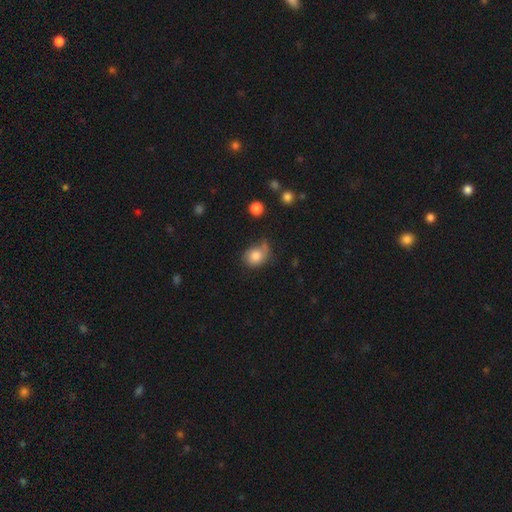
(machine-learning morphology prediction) This appears to be a smooth galaxy with no disk features (81%) that is round (51%). Merging: none (47%).